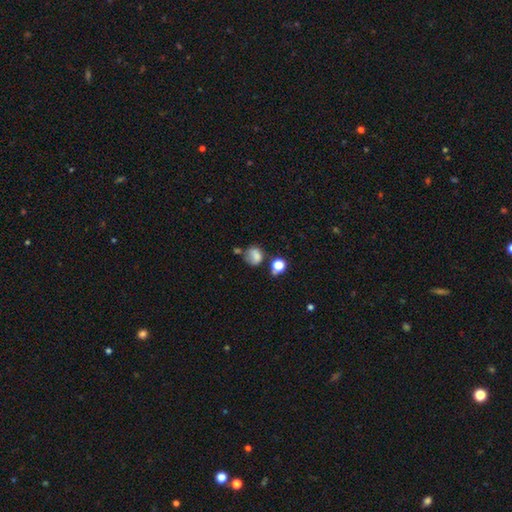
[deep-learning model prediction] smooth 73%, star or artifact 14%, featured or disk 13%. Down the decision tree: how rounded — round (60%); merging — none (46%).